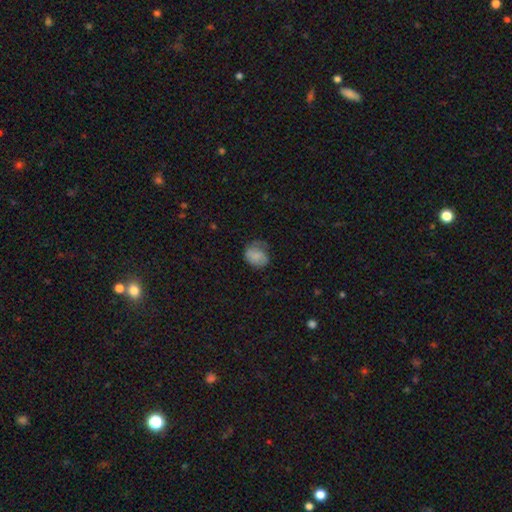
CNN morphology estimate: Smooth or featured?
  - smooth: 75% *
  - featured or disk: 16%
  - star or artifact: 9%
How rounded?
  - round: 53% *
  - in between: 46%
  - cigar-shaped: 1%
Merging?
  - none: 46% *
  - minor disturbance: 34%
  - major disturbance: 19%
  - merger: 2%